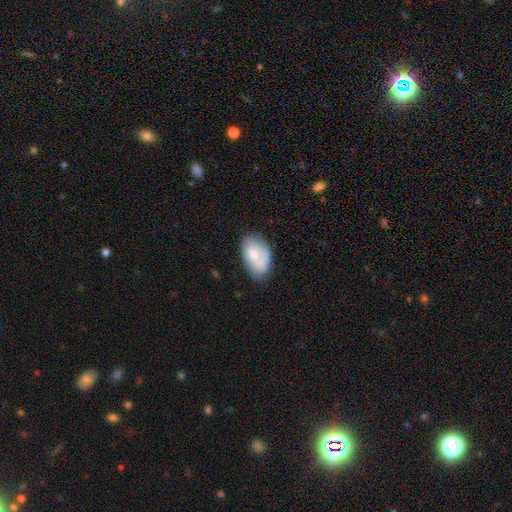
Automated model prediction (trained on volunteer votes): smooth 67%, featured or disk 27%, star or artifact 7%. Down the decision tree: how rounded — in between (91%); merging — none (58%).